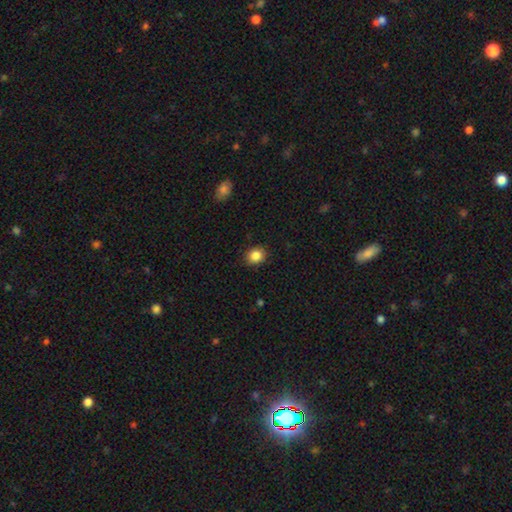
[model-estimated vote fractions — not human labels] Q: Smooth or featured?
A: smooth (86%); runner-up: star or artifact (9%)
Q: How rounded?
A: round (64%); runner-up: in between (35%)
Q: Merging?
A: none (88%); runner-up: minor disturbance (9%)